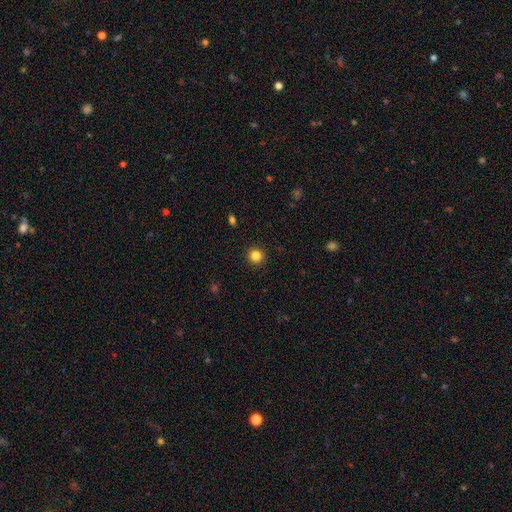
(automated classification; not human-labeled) smooth 84%, star or artifact 12%, featured or disk 4%. Down the decision tree: how rounded — round (94%); merging — none (92%).